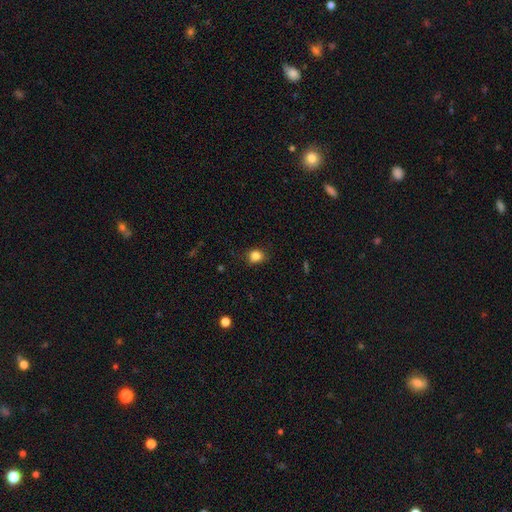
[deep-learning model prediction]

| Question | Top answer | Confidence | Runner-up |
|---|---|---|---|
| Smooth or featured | smooth | 84% | star or artifact (11%) |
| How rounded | round | 63% | in between (36%) |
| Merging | none | 77% | minor disturbance (18%) |